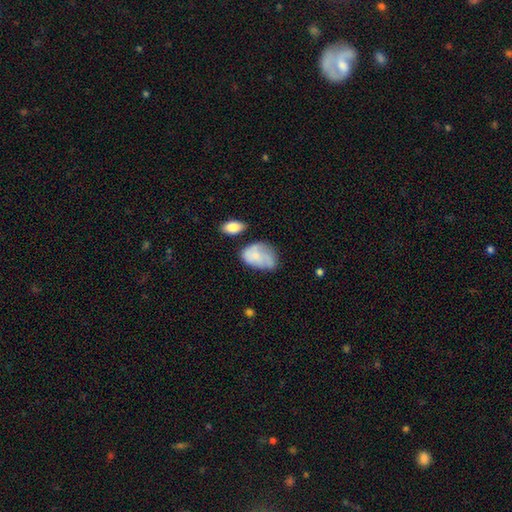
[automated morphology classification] Overall: smooth (63%; featured or disk 30%). How rounded: in between (82%). Merging: none (36%; minor disturbance 33%).